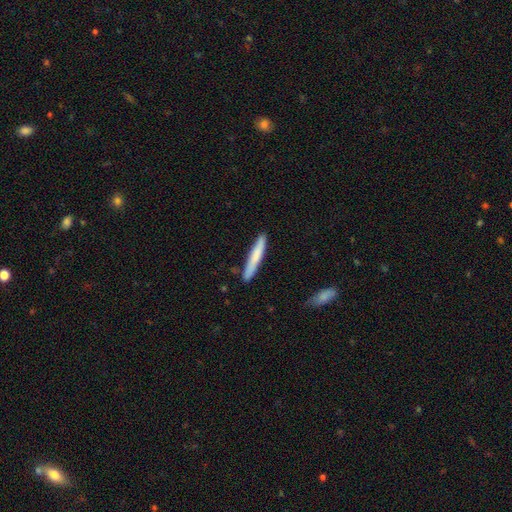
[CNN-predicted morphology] Smooth or featured? Predicted: smooth (p=0.73). How rounded? Predicted: cigar-shaped (p=0.94). Merging? Predicted: none (p=0.85).